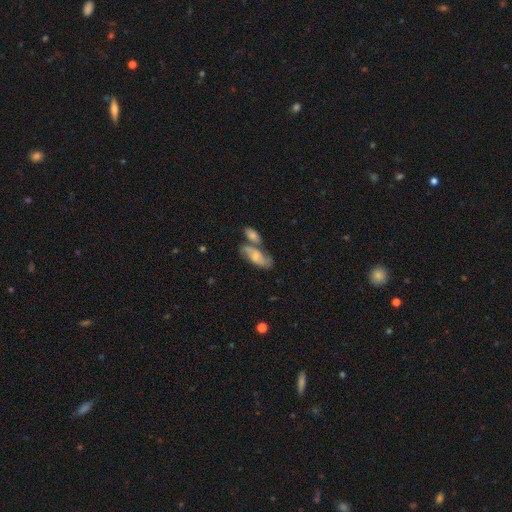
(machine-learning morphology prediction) Q: Smooth or featured?
A: featured or disk (47%); runner-up: smooth (46%)
Q: Merging?
A: none (40%); runner-up: merger (38%)